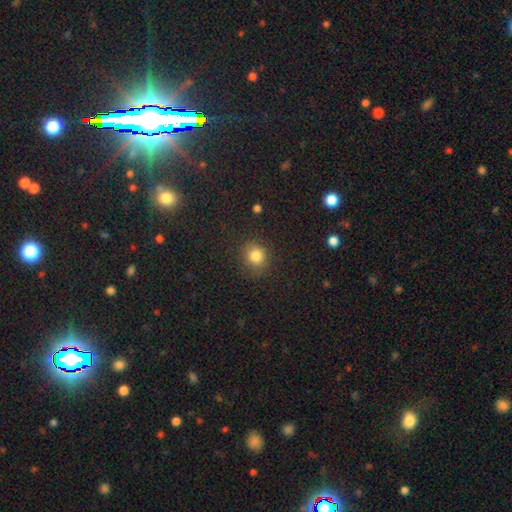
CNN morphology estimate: A smooth galaxy with no disk features (82%) that is round (84%). Merging: none (86%).